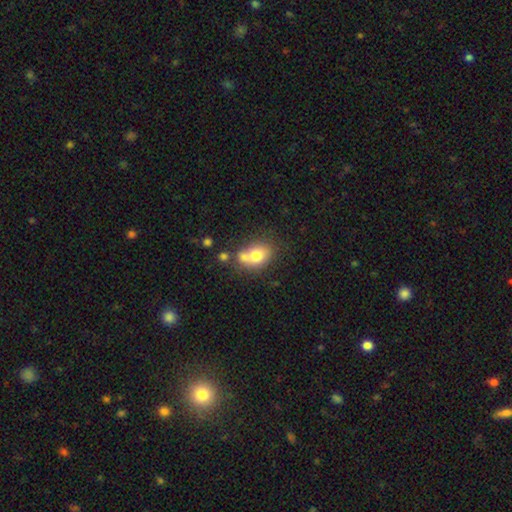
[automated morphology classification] smooth_or_featured: smooth (p=0.73) [alt: featured or disk p=0.17]
how_rounded: in between (p=0.66) [alt: round p=0.32]
merging: none (p=0.40) [alt: merger p=0.36]